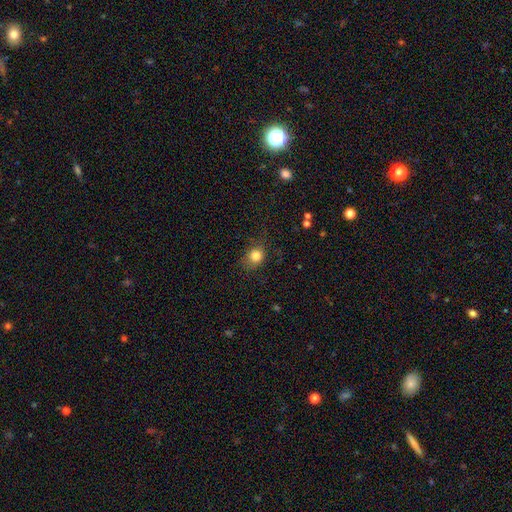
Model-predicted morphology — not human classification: smooth 82%, star or artifact 12%, featured or disk 7%. Down the decision tree: how rounded — round (72%); merging — none (71%).